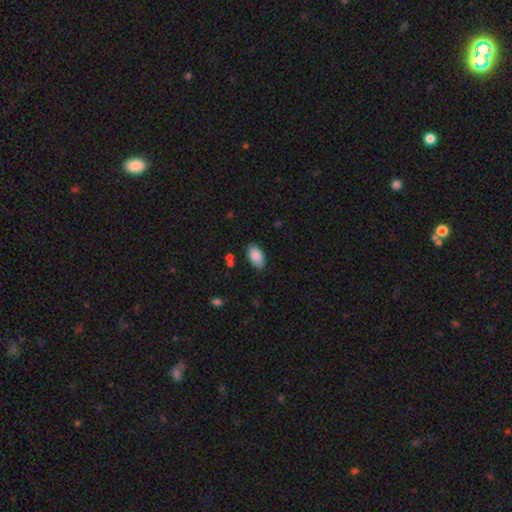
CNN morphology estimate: Smooth or featured?
  - smooth: 87% *
  - star or artifact: 7%
  - featured or disk: 6%
How rounded?
  - in between: 94% *
  - round: 4%
  - cigar-shaped: 2%
Merging?
  - none: 82% *
  - minor disturbance: 14%
  - major disturbance: 3%
  - merger: 2%